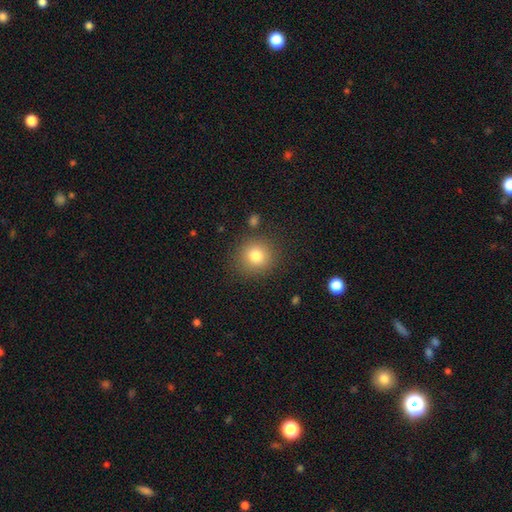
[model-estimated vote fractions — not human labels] A smooth galaxy with no disk features (80%) that is round (90%). Merging: none (85%).